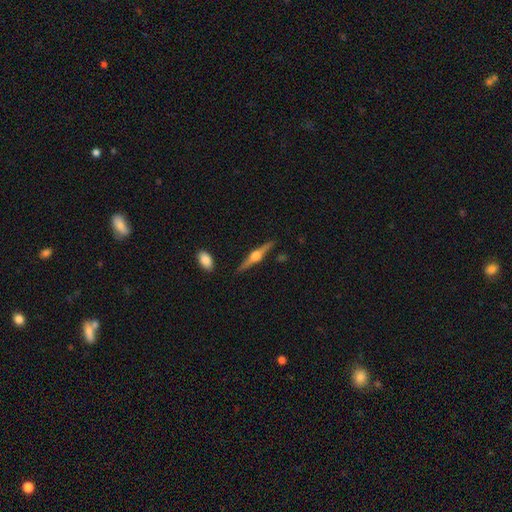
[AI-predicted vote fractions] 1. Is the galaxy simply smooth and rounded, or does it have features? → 81% featured or disk, 14% smooth, 5% star or artifact.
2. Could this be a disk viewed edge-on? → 98% yes, 2% no.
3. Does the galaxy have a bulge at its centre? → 94% rounded, 4% boxy, 2% none.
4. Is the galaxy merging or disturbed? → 89% none, 7% minor disturbance, 2% merger, 2% major disturbance.